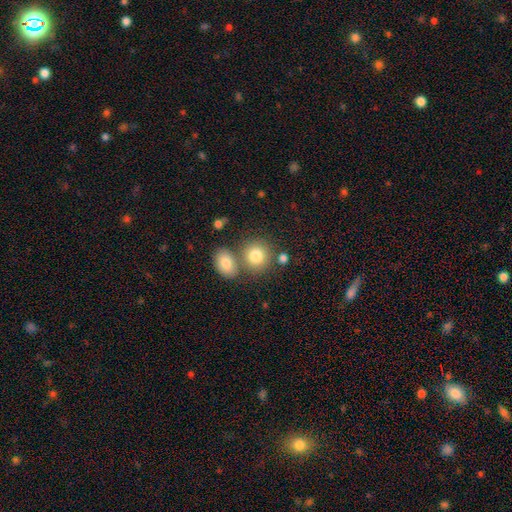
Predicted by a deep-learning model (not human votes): Overall: smooth (81%). How rounded: round (78%). Merging: none (60%; merger 27%).